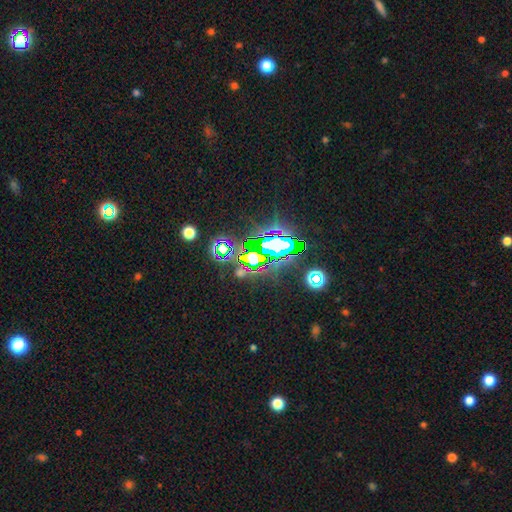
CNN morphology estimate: A star or artifact, not a galaxy (76%).